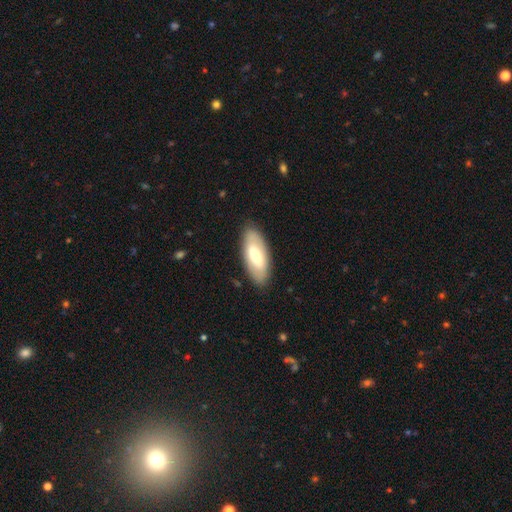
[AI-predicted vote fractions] Smooth or featured? Predicted: smooth (p=0.55). How rounded? Predicted: in between (p=0.85). Merging? Predicted: none (p=0.86).